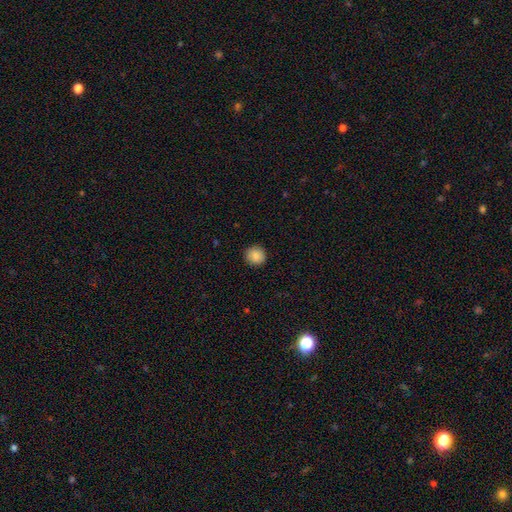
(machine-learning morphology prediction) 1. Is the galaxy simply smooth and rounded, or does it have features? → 87% smooth, 8% star or artifact, 5% featured or disk.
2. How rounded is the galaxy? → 92% round, 7% in between, 1% cigar-shaped.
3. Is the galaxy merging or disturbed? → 91% none, 7% minor disturbance, 2% major disturbance, 1% merger.